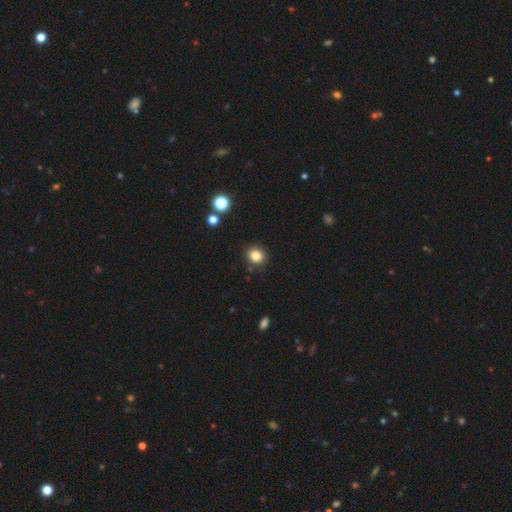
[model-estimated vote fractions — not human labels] smooth 83%, star or artifact 12%, featured or disk 5%. Down the decision tree: how rounded — round (82%); merging — none (89%).